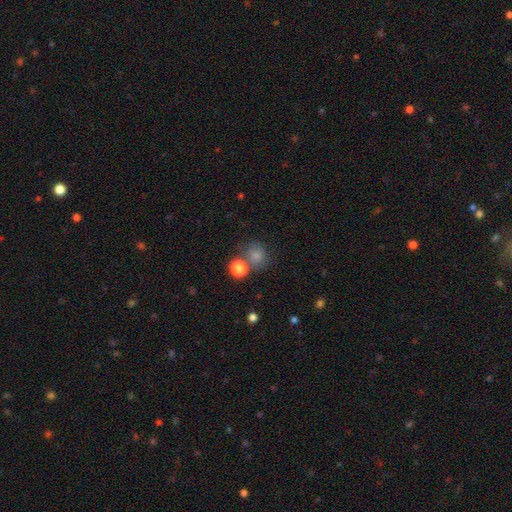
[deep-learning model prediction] Q: Smooth or featured?
A: smooth (79%); runner-up: star or artifact (14%)
Q: How rounded?
A: round (85%); runner-up: in between (14%)
Q: Merging?
A: none (64%); runner-up: merger (18%)